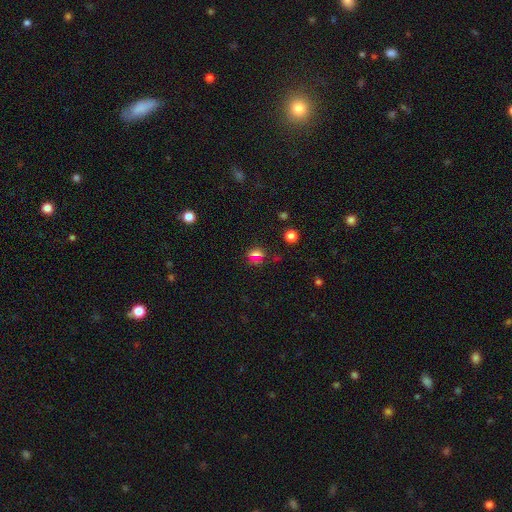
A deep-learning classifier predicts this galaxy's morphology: This is possibly a smooth galaxy (49%). Merging: likely none (79%).